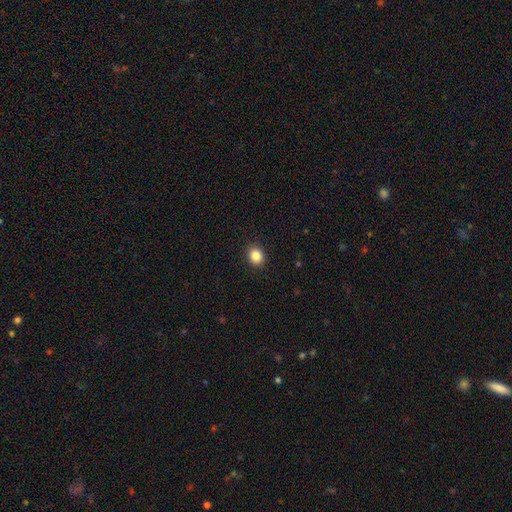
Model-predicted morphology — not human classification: This appears to be a smooth galaxy with no disk features (86%) that is round (53%). Merging: none (91%).